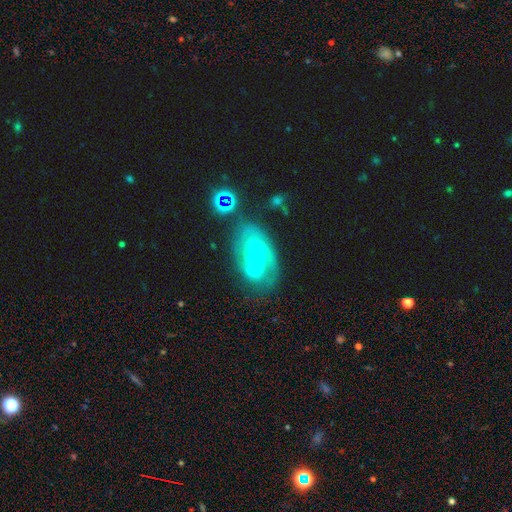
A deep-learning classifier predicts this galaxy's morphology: type=featured or disk (90%); edge-on=no (98%); bar=weak (53%); spiral arms=yes (98%); winding=medium (57%); arm count=2 (89%); bulge=small (61%); merging=none (67%).